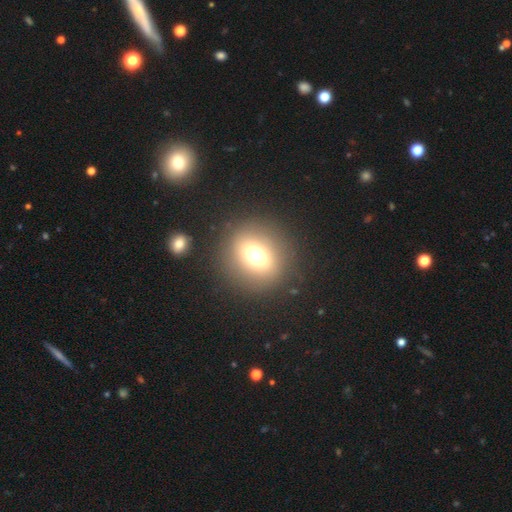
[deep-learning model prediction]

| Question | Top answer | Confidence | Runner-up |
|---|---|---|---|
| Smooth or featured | smooth | 68% | star or artifact (17%) |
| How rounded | round | 76% | in between (23%) |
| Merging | none | 85% | minor disturbance (8%) |